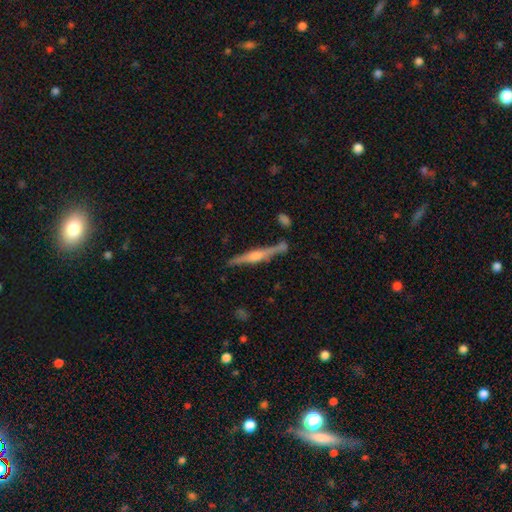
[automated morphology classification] Overall: featured or disk (79%). Edge-on disk: yes (98%). Edge-on bulge: rounded (85%). Merging: none (83%).